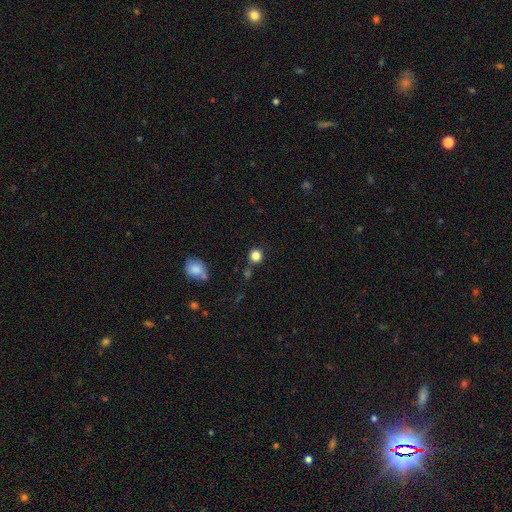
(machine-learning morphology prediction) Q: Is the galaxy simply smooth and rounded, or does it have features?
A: smooth — 84%.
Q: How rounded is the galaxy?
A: round — 91%.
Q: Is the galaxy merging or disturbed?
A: none — 81%.